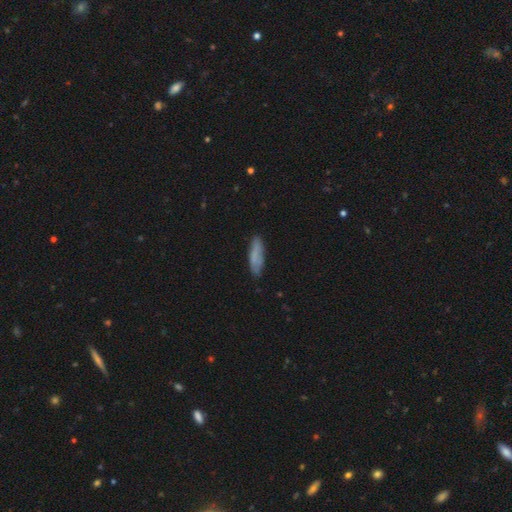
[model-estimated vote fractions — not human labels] This is likely a smooth galaxy (75%). How rounded: likely cigar-shaped (63%). Merging: likely none (78%).